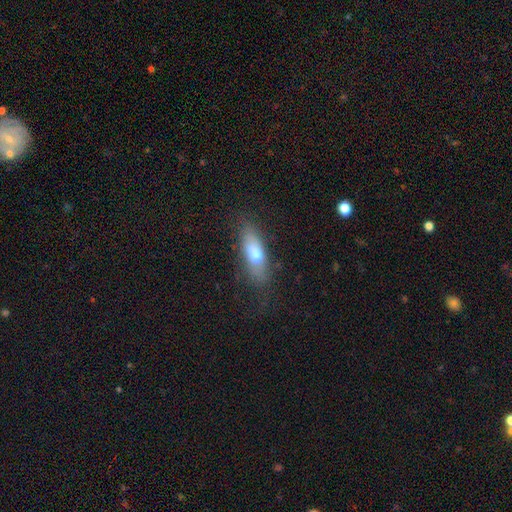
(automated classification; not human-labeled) Smooth or featured? Predicted: smooth (p=0.71). How rounded? Predicted: in between (p=0.70). Merging? Predicted: none (p=0.70).